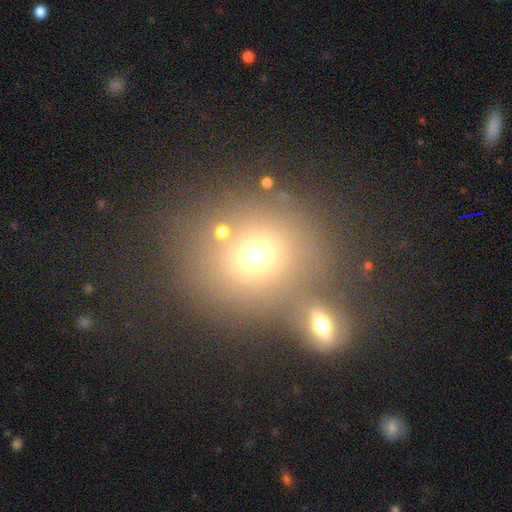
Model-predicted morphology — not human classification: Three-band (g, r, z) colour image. It shows a smooth galaxy with no disk features (68%) that is round (77%). Merging: none (53%).